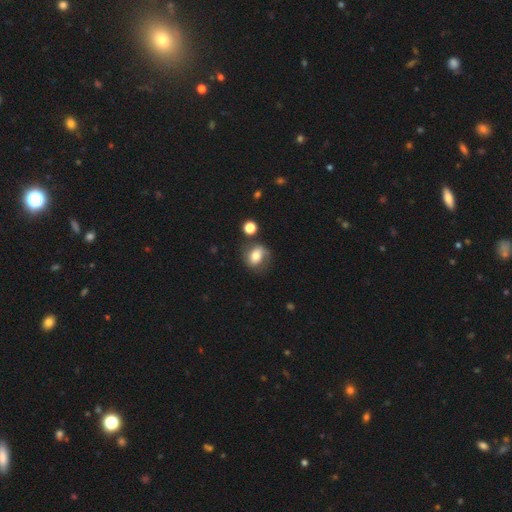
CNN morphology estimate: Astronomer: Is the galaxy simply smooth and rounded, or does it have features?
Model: smooth — 58%.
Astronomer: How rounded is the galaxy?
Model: round — 51% (runner-up: in between, 48%).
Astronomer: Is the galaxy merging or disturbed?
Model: none — 53%.